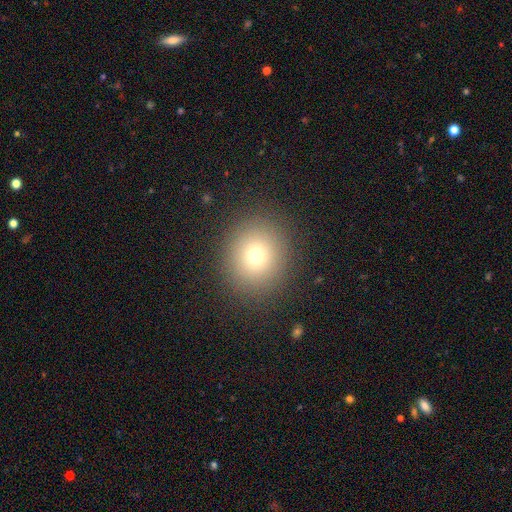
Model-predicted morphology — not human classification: Smooth or featured: smooth — 73% (star or artifact — 16%)
How rounded: round — 84% (in between — 15%)
Merging: none — 88% (minor disturbance — 7%)